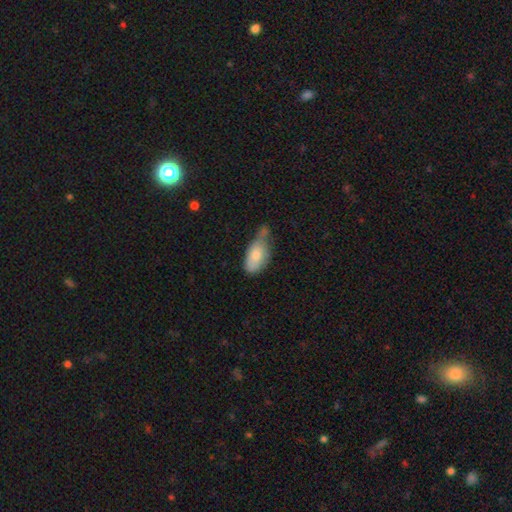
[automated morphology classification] Smooth or featured? smooth (79%)
How rounded? in between (92%)
Merging? minor disturbance (37%)